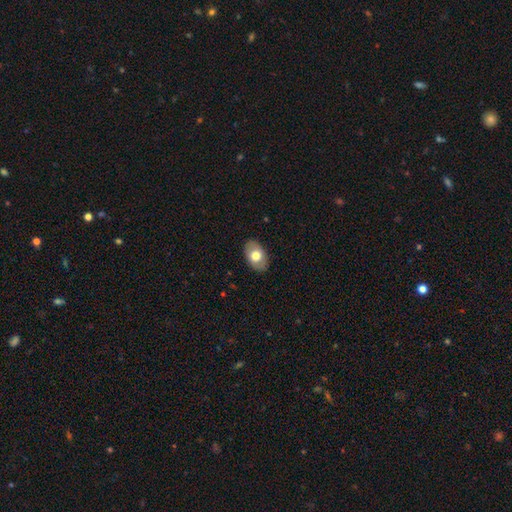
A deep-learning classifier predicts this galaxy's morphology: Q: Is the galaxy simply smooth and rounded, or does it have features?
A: smooth — 71%.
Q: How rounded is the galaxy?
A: in between — 87%.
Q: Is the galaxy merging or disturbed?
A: none — 87%.